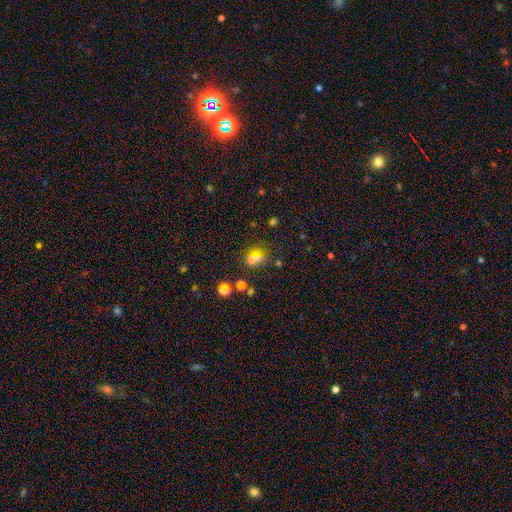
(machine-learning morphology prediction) smooth 53%, star or artifact 32%, featured or disk 16%. Down the decision tree: how rounded — round (65%); merging — none (55%).